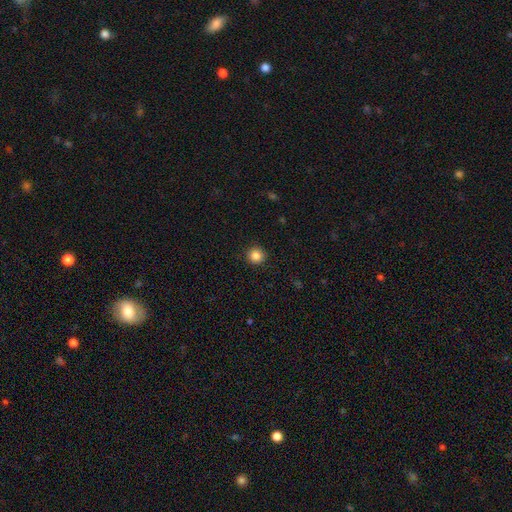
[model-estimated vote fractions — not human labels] Overall: smooth (86%). How rounded: round (94%). Merging: none (92%).